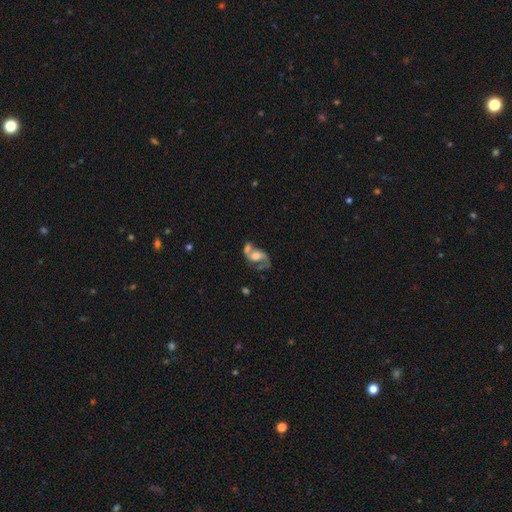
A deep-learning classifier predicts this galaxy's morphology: This is likely a featured or disk galaxy (74%). It is clearly not viewed edge-on (97%). Bar: possibly no (57%). Spiral arm pattern: clearly yes (87%). Spiral arm count: clearly 2 (84%). Spiral winding: possibly loose (55%). Central bulge: marginally moderate (43%). Merging: marginally merger (41%).